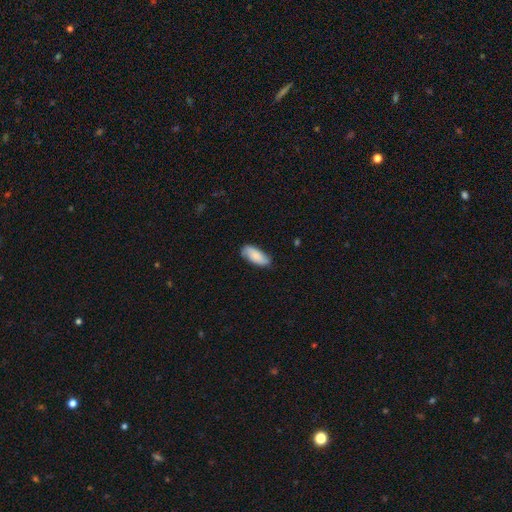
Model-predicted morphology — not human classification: smooth-or-featured: smooth: 72% | featured or disk: 21% | star or artifact: 6%
  how-rounded: in between: 84% | cigar-shaped: 14% | round: 2%
  merging: none: 77% | minor disturbance: 19% | major disturbance: 3% | merger: 1%